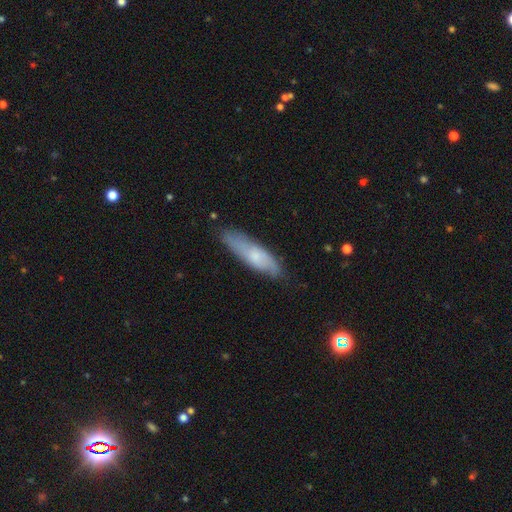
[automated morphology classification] This appears to be a smooth galaxy with no disk features (58%) that is cigar-shaped (66%). Merging: none (76%).